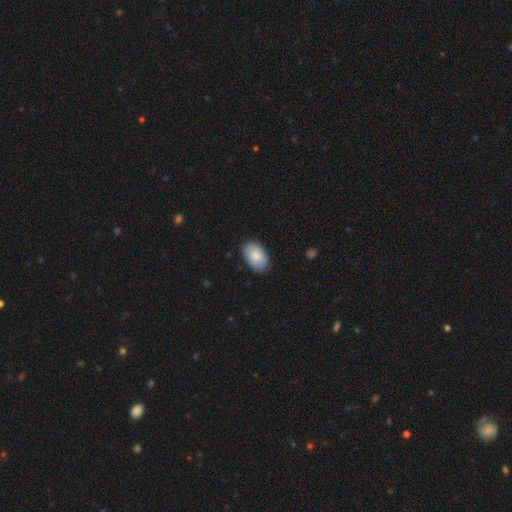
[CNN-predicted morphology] Smooth or featured: smooth — 80% (featured or disk — 14%)
How rounded: in between — 91% (round — 8%)
Merging: none — 82% (minor disturbance — 15%)